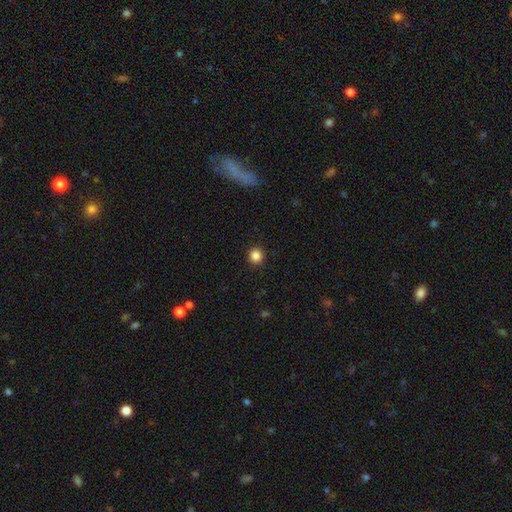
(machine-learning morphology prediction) This is clearly a smooth galaxy (86%). How rounded: clearly round (93%). Merging: clearly none (92%).